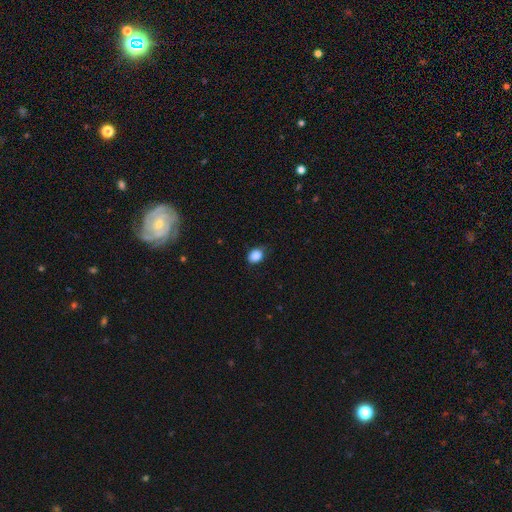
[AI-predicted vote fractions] This appears to be a smooth galaxy with no disk features (88%) that is in between round and cigar-shaped (57%). Merging: none (72%).